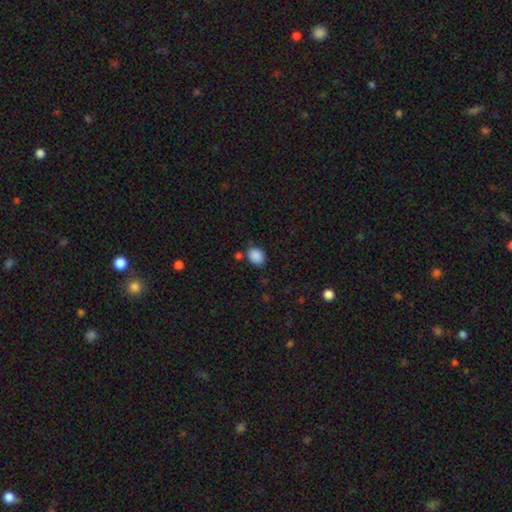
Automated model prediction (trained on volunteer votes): Q: Smooth or featured?
A: smooth (88%); runner-up: star or artifact (9%)
Q: How rounded?
A: in between (51%); runner-up: round (48%)
Q: Merging?
A: none (74%); runner-up: minor disturbance (15%)